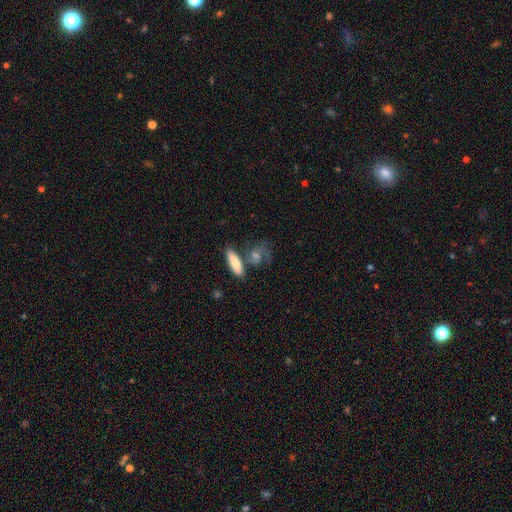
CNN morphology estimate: Overall: smooth (45%; featured or disk 44%). Merging: none (48%; merger 24%).